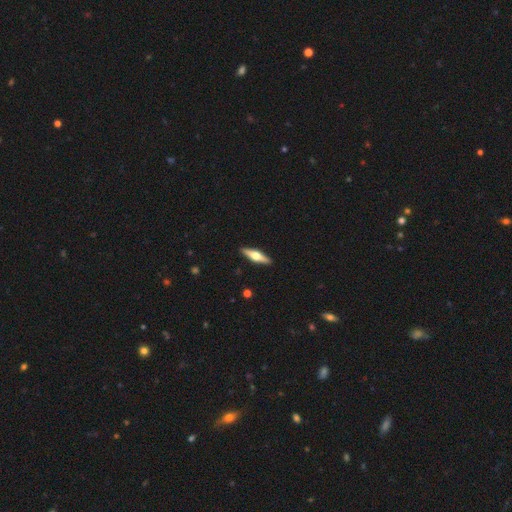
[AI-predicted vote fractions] Smooth or featured? featured or disk (63%)
Edge-on disk? yes (96%)
Edge-on bulge? rounded (95%)
Merging? none (92%)